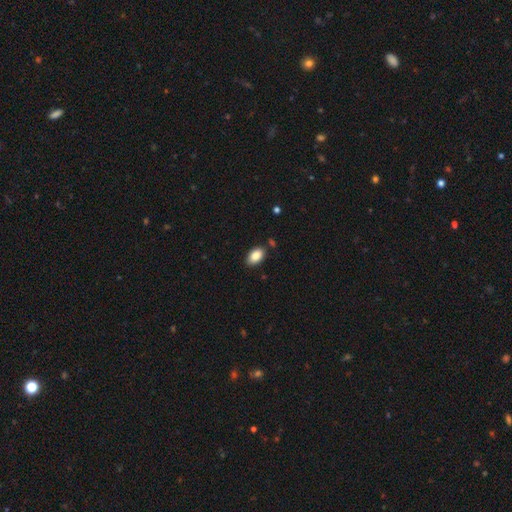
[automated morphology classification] smooth 87%, star or artifact 8%, featured or disk 5%. Down the decision tree: how rounded — in between (92%); merging — none (83%).